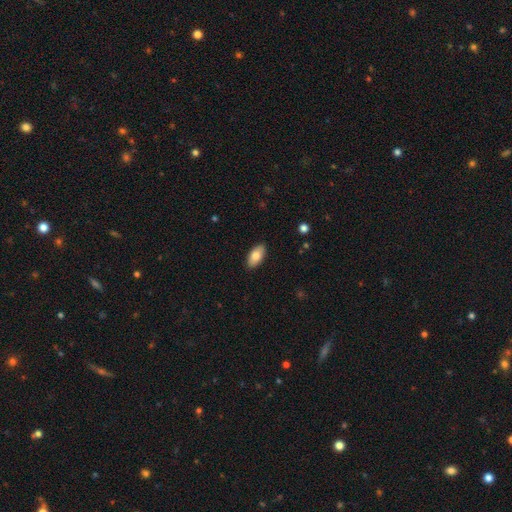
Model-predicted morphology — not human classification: This is likely a smooth galaxy (78%). How rounded: clearly in between (94%). Merging: clearly none (89%).